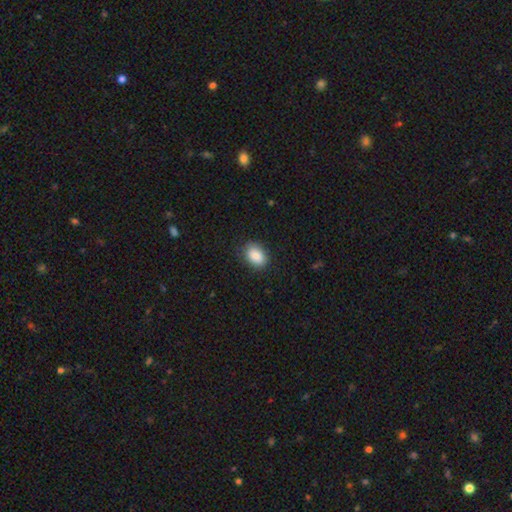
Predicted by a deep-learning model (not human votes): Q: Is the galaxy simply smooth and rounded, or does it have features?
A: smooth — 88%.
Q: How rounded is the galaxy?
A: in between — 80%.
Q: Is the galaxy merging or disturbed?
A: none — 82%.